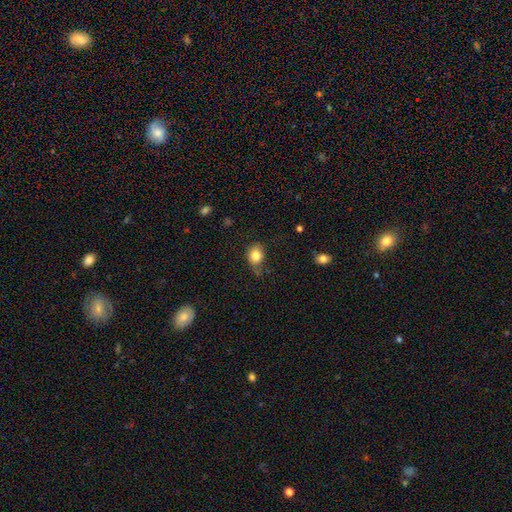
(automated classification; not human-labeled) Smooth or featured: smooth — 82% (star or artifact — 10%)
How rounded: round — 57% (in between — 42%)
Merging: none — 64% (minor disturbance — 26%)